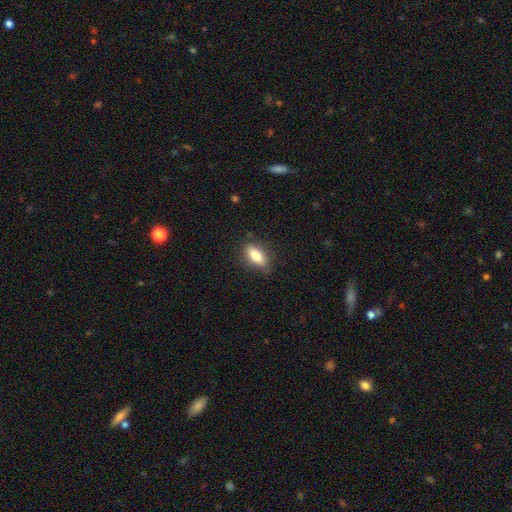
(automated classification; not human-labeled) Q: Smooth or featured?
A: smooth (80%); runner-up: featured or disk (13%)
Q: How rounded?
A: in between (82%); runner-up: cigar-shaped (14%)
Q: Merging?
A: none (80%); runner-up: minor disturbance (15%)